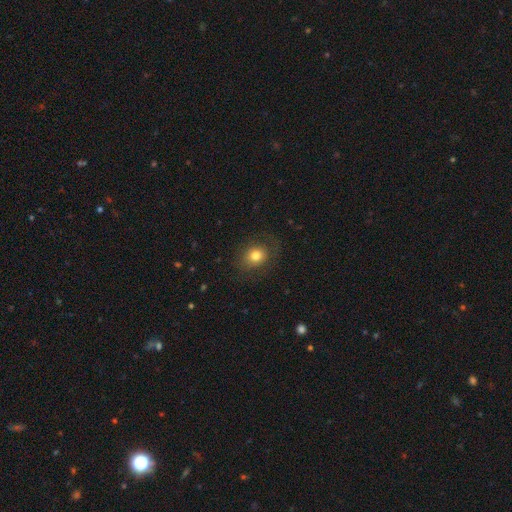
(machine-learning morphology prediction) smooth-or-featured: smooth: 76% | featured or disk: 13% | star or artifact: 11%
  how-rounded: round: 67% | in between: 33% | cigar-shaped: 1%
  merging: none: 76% | minor disturbance: 14% | major disturbance: 8% | merger: 1%